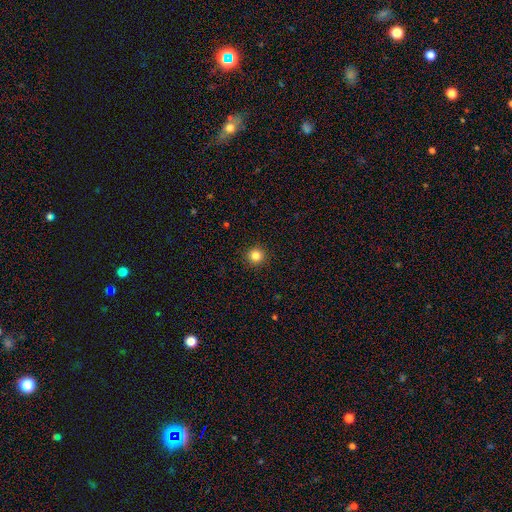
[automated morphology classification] A smooth galaxy with no disk features (83%) that is round (96%). Merging: none (93%).